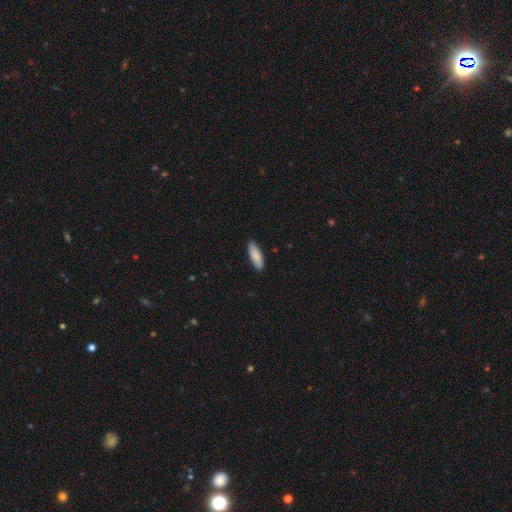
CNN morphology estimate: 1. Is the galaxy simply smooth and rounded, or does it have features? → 87% smooth, 8% featured or disk, 5% star or artifact.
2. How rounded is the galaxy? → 53% in between, 46% cigar-shaped, 2% round.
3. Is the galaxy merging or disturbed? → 87% none, 10% minor disturbance, 2% major disturbance, 1% merger.